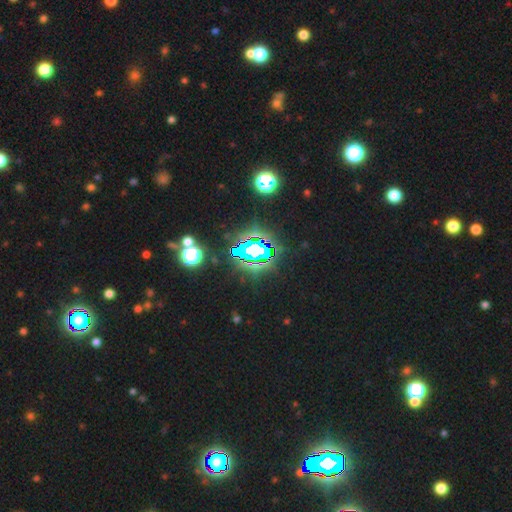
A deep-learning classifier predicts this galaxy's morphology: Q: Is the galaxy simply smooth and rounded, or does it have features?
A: star or artifact — 75%.